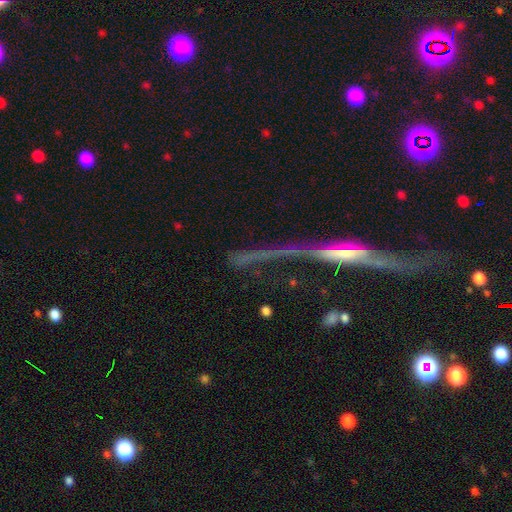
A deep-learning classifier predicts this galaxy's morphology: smooth_or_featured: featured or disk (p=0.69) [alt: smooth p=0.16]
disk_edge_on: yes (p=0.67) [alt: no p=0.33]
merging: none (p=0.41) [alt: major disturbance p=0.30]